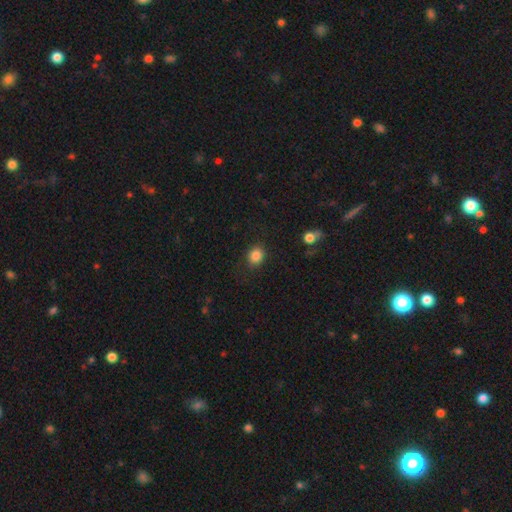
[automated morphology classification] smooth 85%, star or artifact 10%, featured or disk 5%. Down the decision tree: how rounded — round (68%); merging — none (84%).